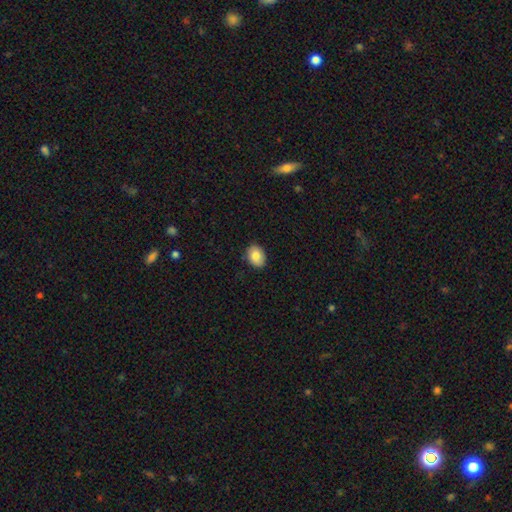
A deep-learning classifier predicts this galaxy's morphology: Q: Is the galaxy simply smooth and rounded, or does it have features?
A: smooth — 82%.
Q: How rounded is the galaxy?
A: in between — 67%.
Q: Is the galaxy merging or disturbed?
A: none — 87%.